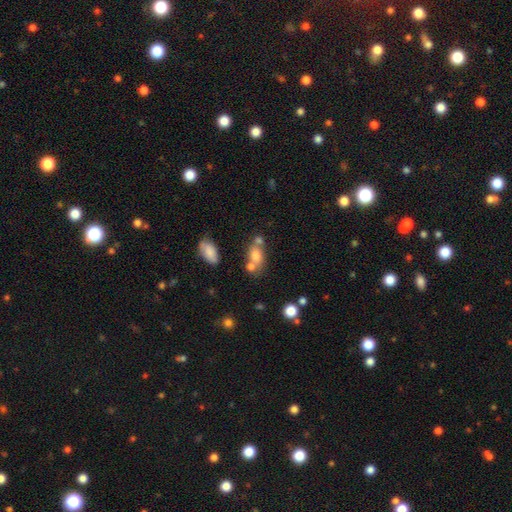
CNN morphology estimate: Smooth or featured? Predicted: smooth (p=0.73). How rounded? Predicted: in between (p=0.76). Merging? Predicted: none (p=0.40).